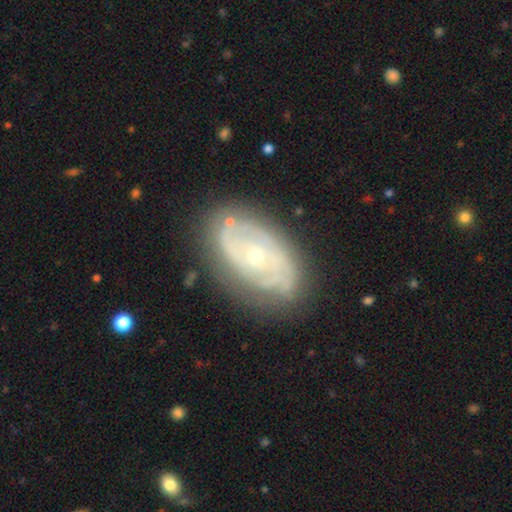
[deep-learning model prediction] Q: Smooth or featured?
A: featured or disk (81%); runner-up: smooth (14%)
Q: Edge-on disk?
A: no (95%); runner-up: yes (5%)
Q: Bar?
A: no (78%); runner-up: weak (18%)
Q: Spiral arms?
A: yes (84%); runner-up: no (16%)
Q: Spiral winding?
A: tight (65%); runner-up: medium (27%)
Q: Spiral arm count?
A: 2 (38%); runner-up: can't tell (36%)
Q: Bulge size?
A: small (62%); runner-up: moderate (35%)
Q: Merging?
A: none (76%); runner-up: minor disturbance (17%)